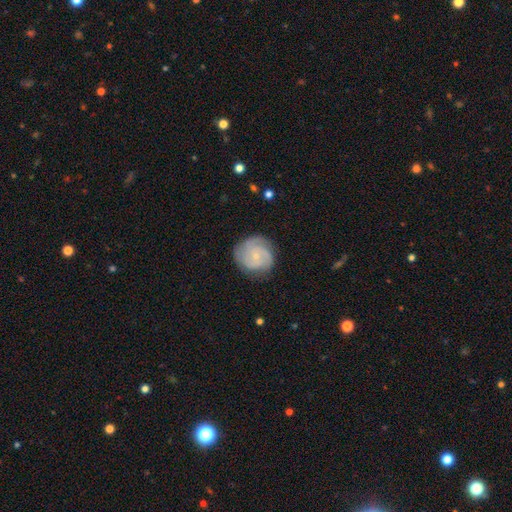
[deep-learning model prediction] A featured or disk galaxy (73%) with no bar (70%), 3 (35%) tight (51%) spiral arms (94%) and a small central bulge (78%).

Vote fractions:
- Smooth or featured? featured or disk: 73% / smooth: 21% / star or artifact: 6%
- Edge-on disk? no: 98% / yes: 2%
- Bar? no: 70% / weak: 27% / strong: 4%
- Spiral arms? yes: 94% / no: 6%
- Spiral winding? tight: 51% / medium: 39% / loose: 10%
- Spiral arm count? 3: 35% / 2: 27% / can't tell: 21% / 4: 7% / 1: 5% / more than 4: 5%
- Bulge size? small: 78% / moderate: 15% / none: 5% / large: 1% / dominant: 1%
- Merging? none: 76% / minor disturbance: 17% / major disturbance: 6% / merger: 1%